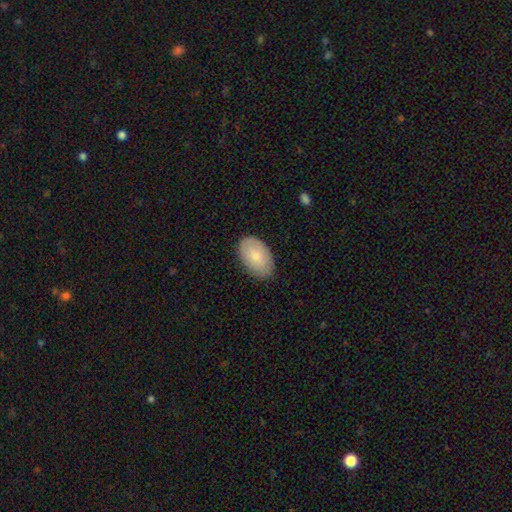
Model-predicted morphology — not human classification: smooth_or_featured: smooth (p=0.79) [alt: featured or disk p=0.15]
how_rounded: in between (p=0.91) [alt: round p=0.07]
merging: none (p=0.83) [alt: minor disturbance p=0.13]